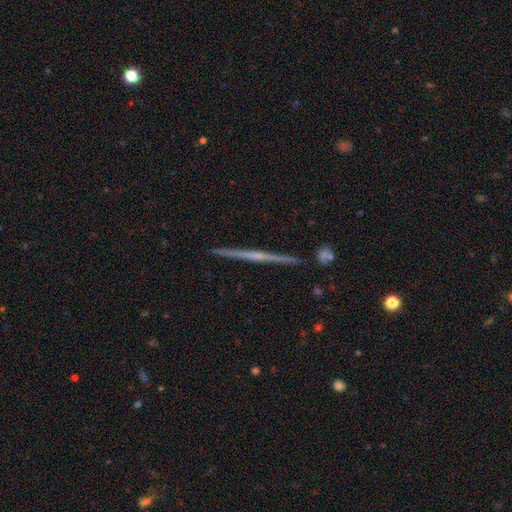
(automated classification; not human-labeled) A featured or disk galaxy (78%) viewed edge-on (99%) with no central bulge (49%).

Vote fractions:
- Smooth or featured? featured or disk: 78% / smooth: 17% / star or artifact: 6%
- Edge-on disk? yes: 99% / no: 1%
- Edge-on bulge? none: 49% / rounded: 42% / boxy: 8%
- Merging? none: 92% / minor disturbance: 5% / merger: 1% / major disturbance: 1%